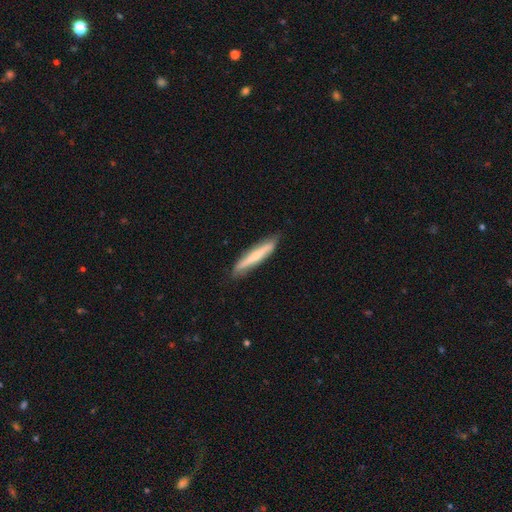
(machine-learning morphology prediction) Q: Smooth or featured?
A: smooth (49%); runner-up: featured or disk (45%)
Q: Merging?
A: none (83%); runner-up: minor disturbance (14%)